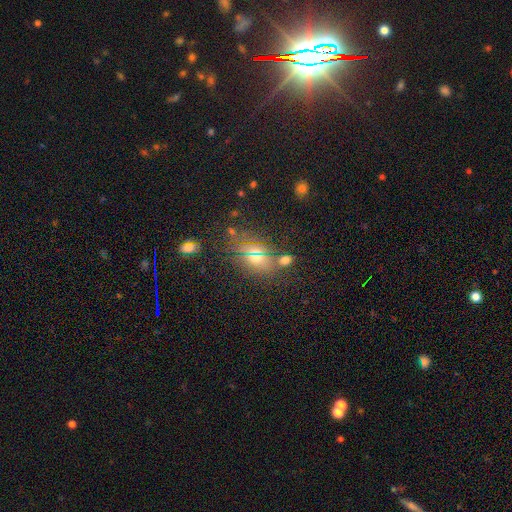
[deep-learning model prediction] Morphology: type=smooth (56%); roundness=in between (70%); merging=none (71%).